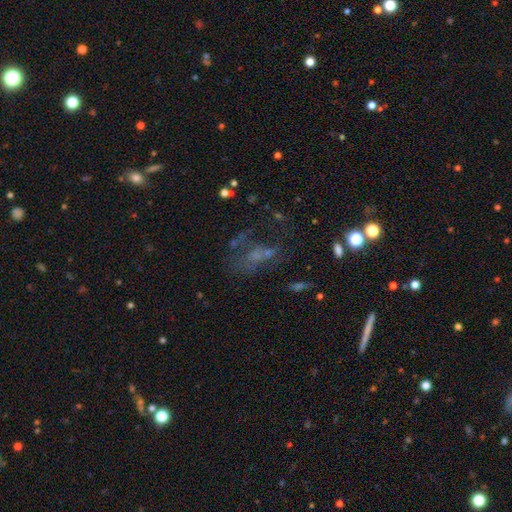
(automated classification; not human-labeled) Q: Smooth or featured?
A: featured or disk (41%); runner-up: star or artifact (30%)
Q: Merging?
A: none (37%); runner-up: major disturbance (35%)